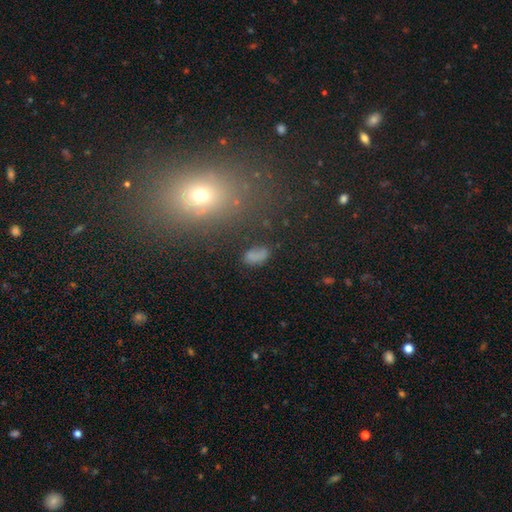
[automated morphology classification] Smooth or featured? Predicted: smooth (p=0.69). How rounded? Predicted: in between (p=0.89). Merging? Predicted: none (p=0.61).